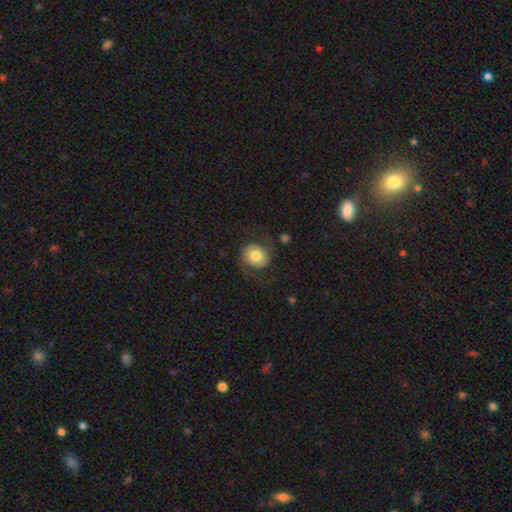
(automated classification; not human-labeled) Smooth or featured?
  - smooth: 53% *
  - featured or disk: 39%
  - star or artifact: 8%
How rounded?
  - round: 71% *
  - in between: 28%
  - cigar-shaped: 1%
Merging?
  - none: 69% *
  - minor disturbance: 16%
  - major disturbance: 14%
  - merger: 2%